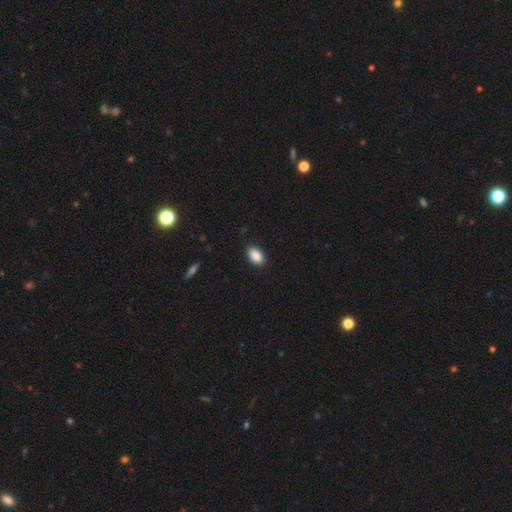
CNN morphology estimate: type=smooth (90%); roundness=in between (92%); merging=none (88%).